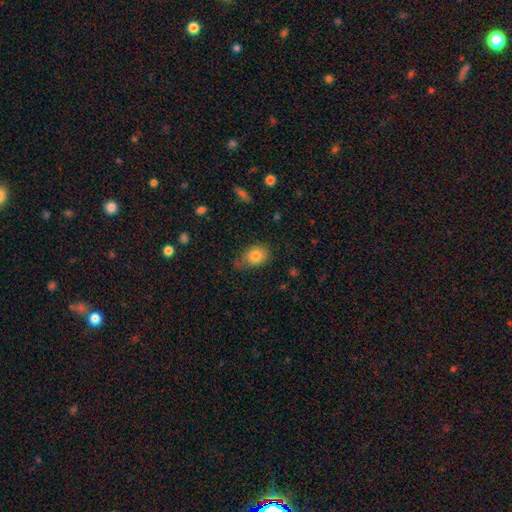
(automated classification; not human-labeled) This appears to be a smooth galaxy with no disk features (81%) that is in between round and cigar-shaped (60%). Merging: none (60%).